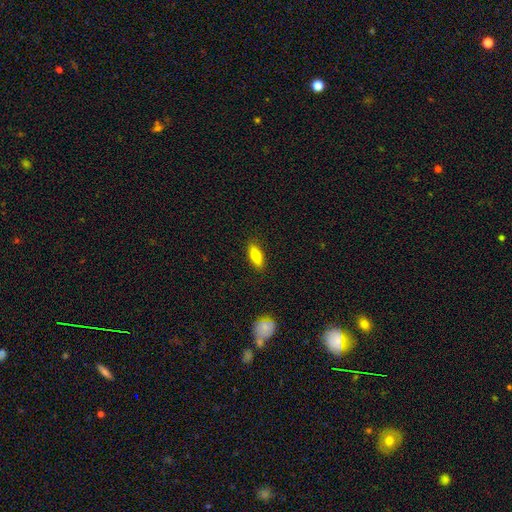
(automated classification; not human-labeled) Smooth or featured: smooth — 72% (featured or disk — 21%)
How rounded: in between — 61% (cigar-shaped — 37%)
Merging: none — 89% (minor disturbance — 8%)